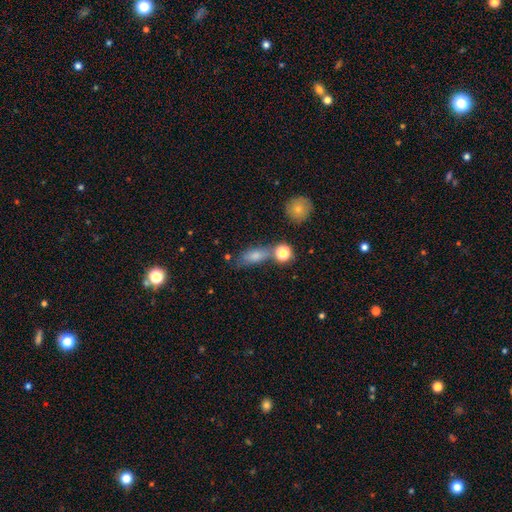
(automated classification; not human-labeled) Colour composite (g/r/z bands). It shows a smooth galaxy with no disk features (74%) that is in between round and cigar-shaped (60%). Merging: none (54%).